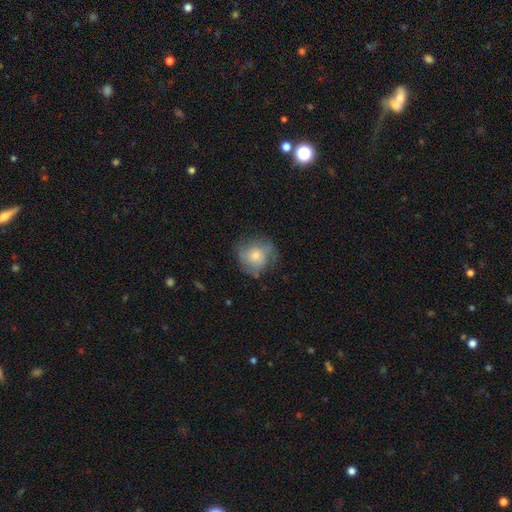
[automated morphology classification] type=smooth (63%); roundness=round (83%); merging=none (61%).